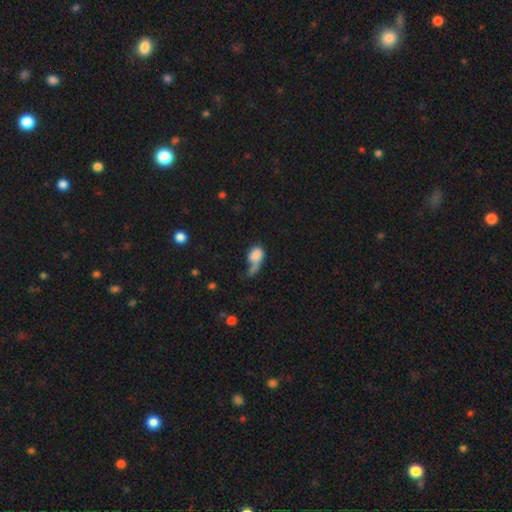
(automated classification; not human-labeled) smooth-or-featured: smooth: 71% | featured or disk: 20% | star or artifact: 10%
  how-rounded: in between: 73% | round: 23% | cigar-shaped: 4%
  merging: major disturbance: 45% | none: 20% | minor disturbance: 19% | merger: 17%